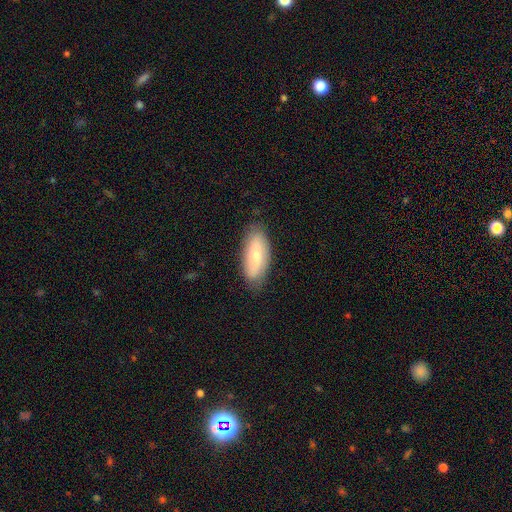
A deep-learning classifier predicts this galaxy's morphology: Q: Smooth or featured?
A: smooth (59%); runner-up: featured or disk (35%)
Q: How rounded?
A: in between (81%); runner-up: cigar-shaped (16%)
Q: Merging?
A: none (81%); runner-up: minor disturbance (15%)